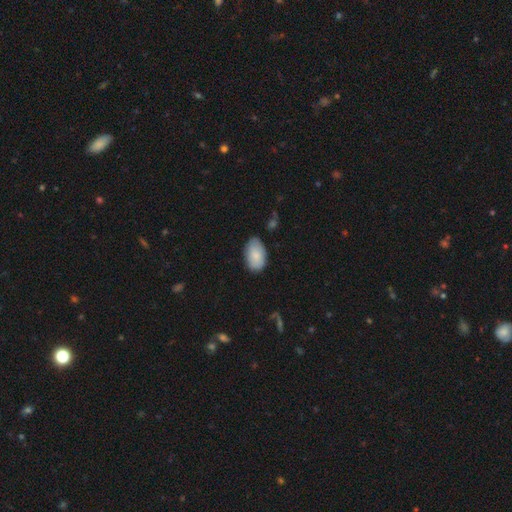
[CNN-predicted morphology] Smooth or featured? smooth (84%)
How rounded? in between (93%)
Merging? none (77%)